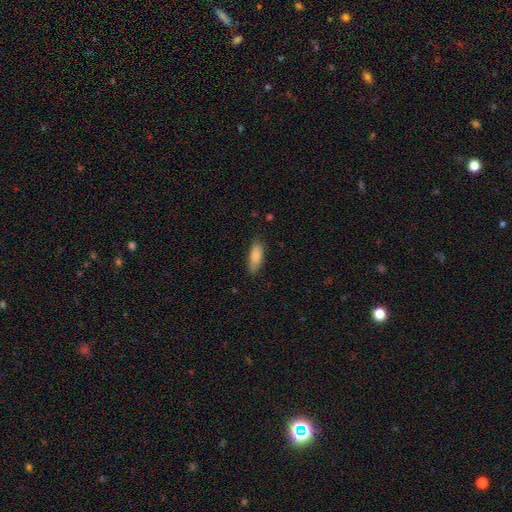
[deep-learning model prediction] smooth_or_featured: smooth (p=0.87) [alt: featured or disk p=0.07]
how_rounded: in between (p=0.69) [alt: cigar-shaped p=0.30]
merging: none (p=0.79) [alt: minor disturbance p=0.16]